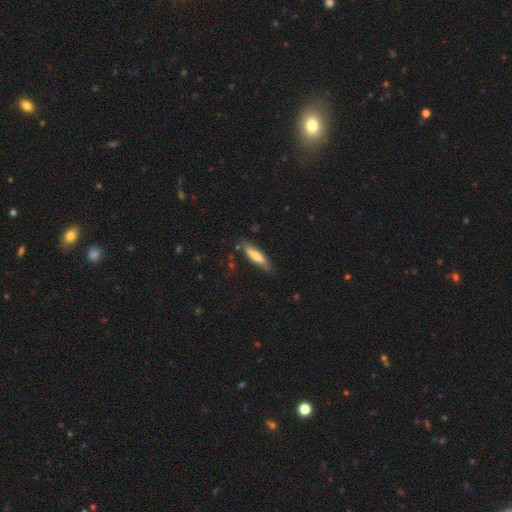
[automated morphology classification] Smooth or featured?
  - smooth: 68% *
  - featured or disk: 27%
  - star or artifact: 6%
How rounded?
  - cigar-shaped: 72% *
  - in between: 27%
  - round: 1%
Merging?
  - none: 78% *
  - minor disturbance: 17%
  - major disturbance: 3%
  - merger: 2%